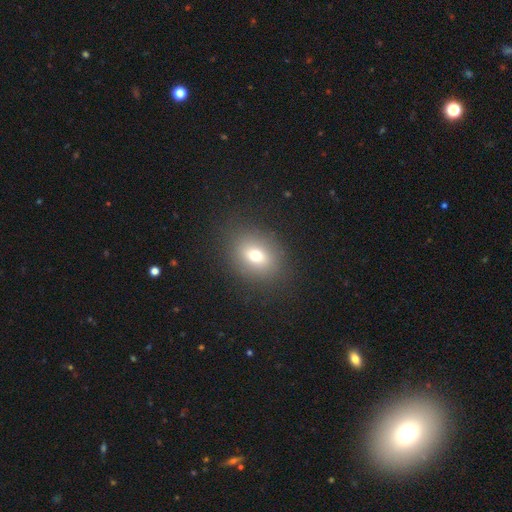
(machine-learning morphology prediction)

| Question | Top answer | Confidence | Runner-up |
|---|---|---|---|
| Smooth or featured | smooth | 70% | featured or disk (15%) |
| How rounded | round | 53% | in between (46%) |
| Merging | none | 84% | minor disturbance (10%) |